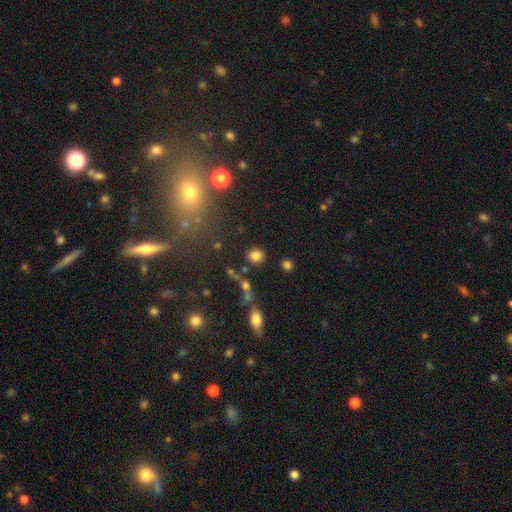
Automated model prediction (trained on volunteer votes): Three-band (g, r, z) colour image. It shows a smooth galaxy with no disk features (80%) that is round (85%). Merging: none (83%).